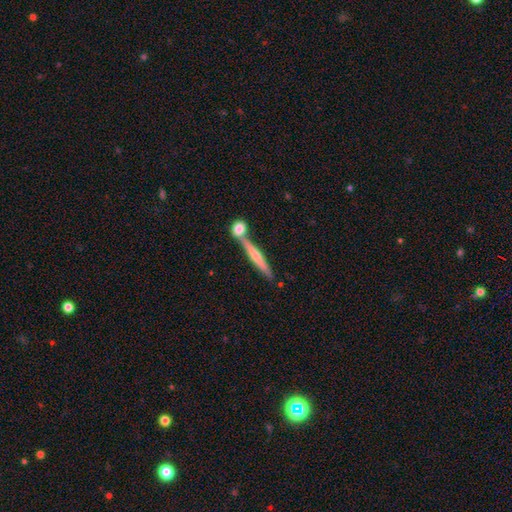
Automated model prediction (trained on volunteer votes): The model was most divided on "smooth or featured": smooth: 49%, featured or disk: 45%, star or artifact: 6%. More confident: merging — none (63%).